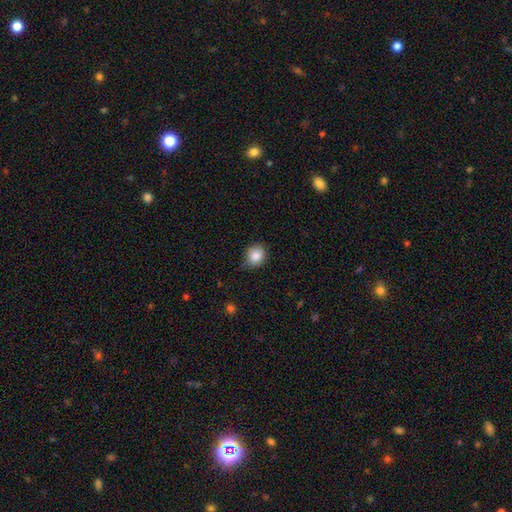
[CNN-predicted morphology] smooth_or_featured: smooth (p=0.86) [alt: star or artifact p=0.09]
how_rounded: round (p=0.75) [alt: in between p=0.24]
merging: none (p=0.74) [alt: minor disturbance p=0.21]